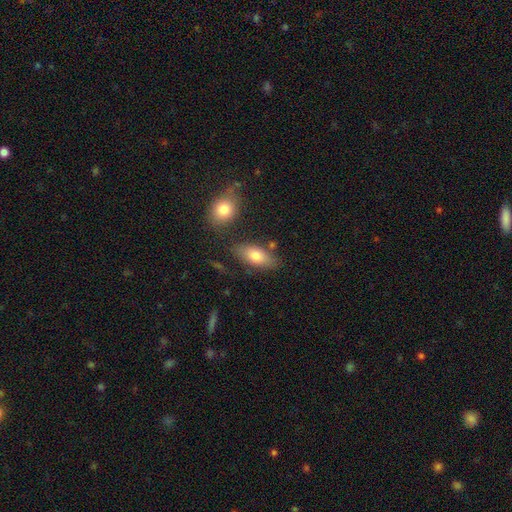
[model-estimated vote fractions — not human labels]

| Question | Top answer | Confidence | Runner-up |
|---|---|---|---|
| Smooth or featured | smooth | 76% | featured or disk (17%) |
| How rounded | in between | 86% | cigar-shaped (10%) |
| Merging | none | 73% | minor disturbance (15%) |